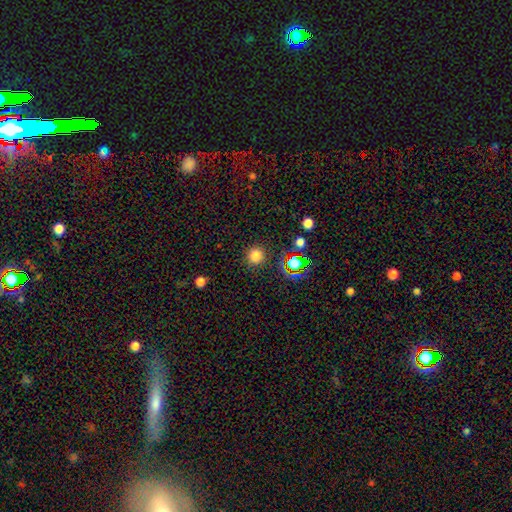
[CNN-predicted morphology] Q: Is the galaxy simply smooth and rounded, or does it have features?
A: smooth — 77%.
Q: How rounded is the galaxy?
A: round — 93%.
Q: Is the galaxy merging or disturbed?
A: none — 88%.